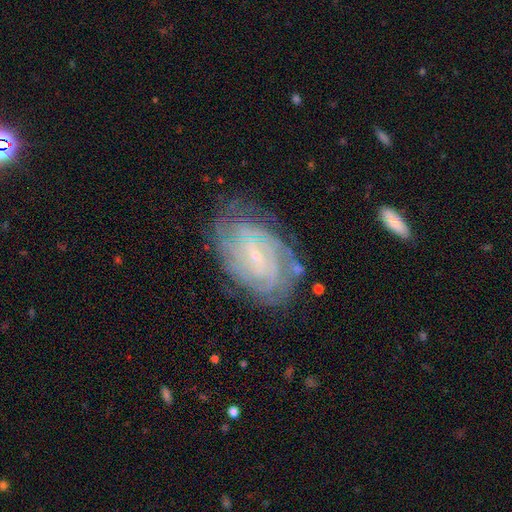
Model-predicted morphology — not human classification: Smooth or featured? Predicted: featured or disk (p=0.84). Edge-on disk? Predicted: no (p=0.96). Bar? Predicted: no (p=0.44, tied with weak). Spiral arms? Predicted: yes (p=0.95). Spiral winding? Predicted: tight (p=0.75). Spiral arm count? Predicted: can't tell (p=0.39). Bulge size? Predicted: small (p=0.84). Merging? Predicted: none (p=0.73).